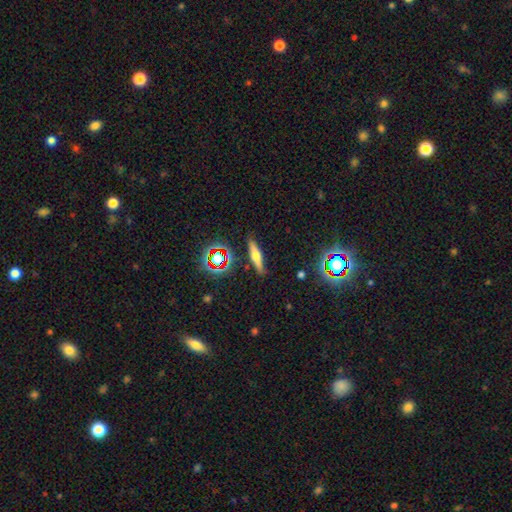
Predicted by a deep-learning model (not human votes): Morphology: type=smooth (43%); merging=none (85%).